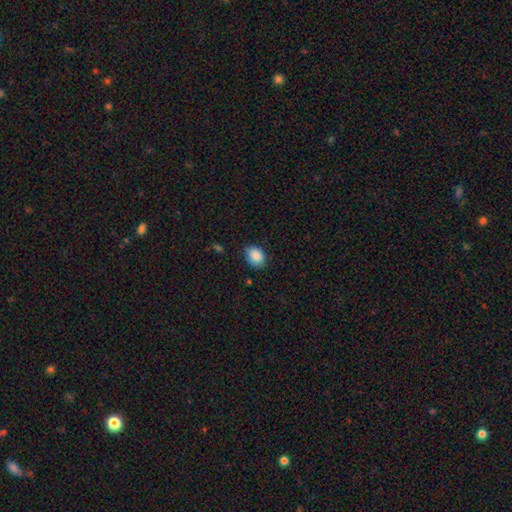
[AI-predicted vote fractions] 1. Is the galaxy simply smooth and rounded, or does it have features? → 88% smooth, 8% star or artifact, 5% featured or disk.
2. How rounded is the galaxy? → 60% in between, 39% round, 1% cigar-shaped.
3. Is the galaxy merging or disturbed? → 77% none, 19% minor disturbance, 3% major disturbance, 1% merger.